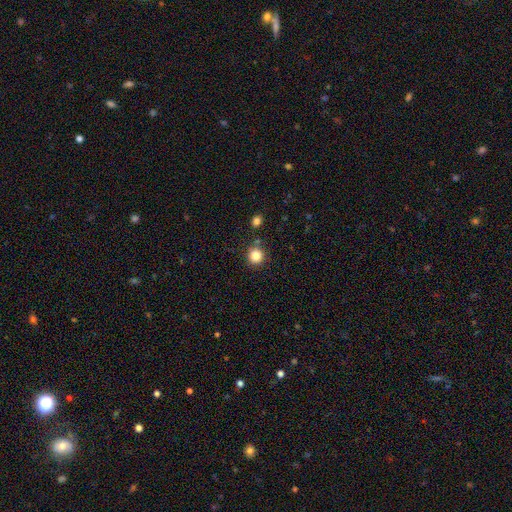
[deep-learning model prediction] A smooth galaxy with no disk features (84%) that is round (93%). Merging: none (82%).